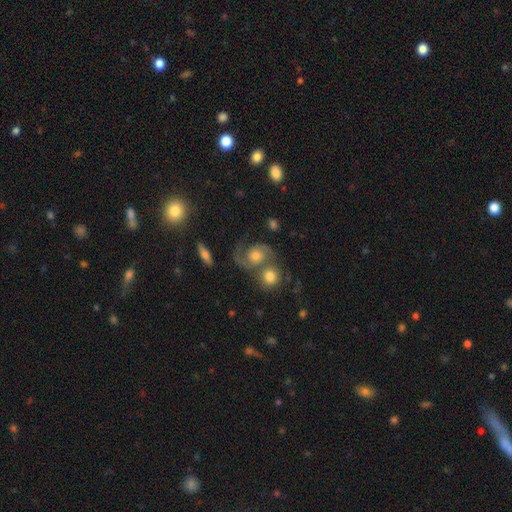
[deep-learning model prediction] A featured or disk galaxy (81%) with no bar (73%), 2 (89%) medium (55%) spiral arms (96%) and a moderate central bulge (60%).

Vote fractions:
- Smooth or featured? featured or disk: 81% / smooth: 12% / star or artifact: 7%
- Edge-on disk? no: 97% / yes: 3%
- Bar? no: 73% / weak: 22% / strong: 4%
- Spiral arms? yes: 96% / no: 4%
- Spiral winding? medium: 55% / tight: 27% / loose: 18%
- Spiral arm count? 2: 89% / 1: 4% / can't tell: 3% / 3: 2% / 4: 1% / more than 4: 1%
- Bulge size? moderate: 60% / small: 19% / large: 16% / none: 3% / dominant: 2%
- Merging? none: 47% / merger: 32% / minor disturbance: 13% / major disturbance: 8%